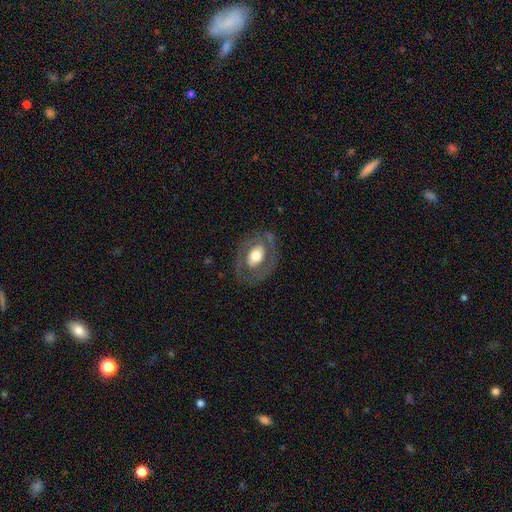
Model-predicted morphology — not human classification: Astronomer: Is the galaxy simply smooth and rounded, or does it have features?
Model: featured or disk — 53% (runner-up: smooth, 41%).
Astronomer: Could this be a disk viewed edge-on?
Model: no — 93%.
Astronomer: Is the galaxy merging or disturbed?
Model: none — 75%.